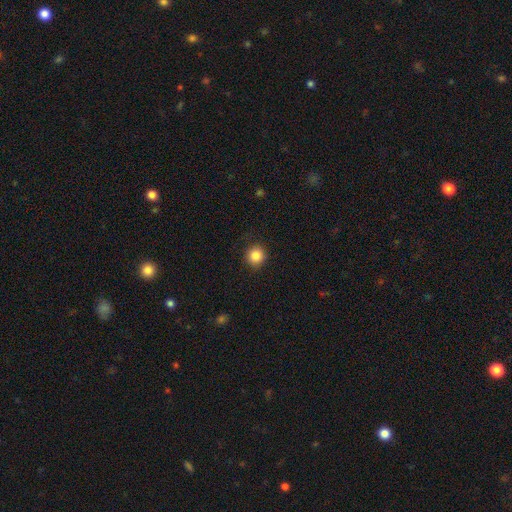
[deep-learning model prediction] This appears to be a smooth galaxy with no disk features (86%) that is round (93%). Merging: none (90%).